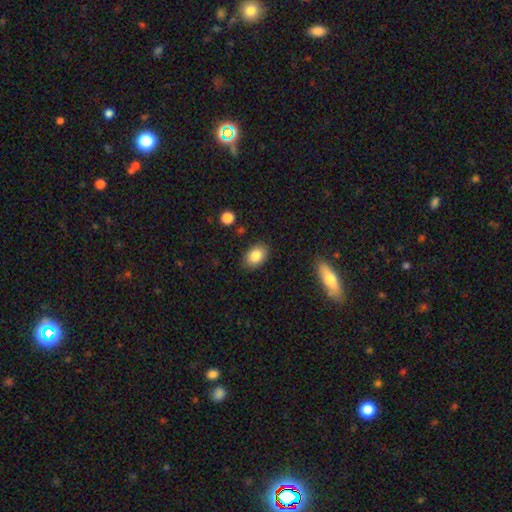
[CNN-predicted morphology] smooth 85%, star or artifact 8%, featured or disk 8%. Down the decision tree: how rounded — in between (83%); merging — none (86%).